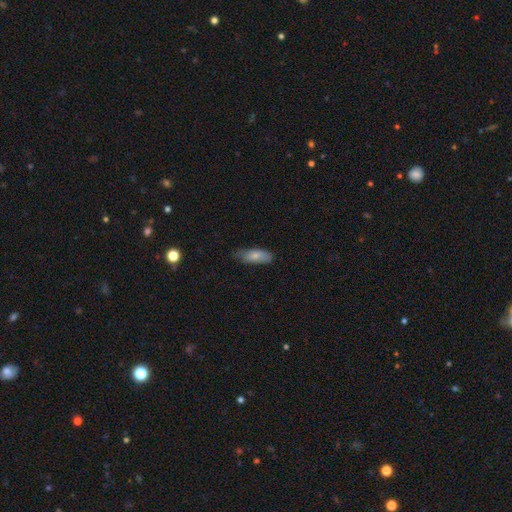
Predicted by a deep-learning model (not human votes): The model was most divided on "merging": none: 56%, minor disturbance: 35%, major disturbance: 7%, merger: 2%. More confident: smooth or featured — smooth (79%); how rounded — in between (71%).